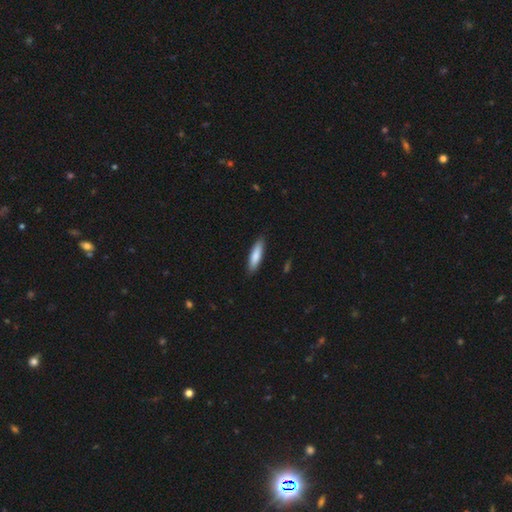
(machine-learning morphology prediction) This is clearly a smooth galaxy (83%). How rounded: likely cigar-shaped (68%). Merging: clearly none (88%).